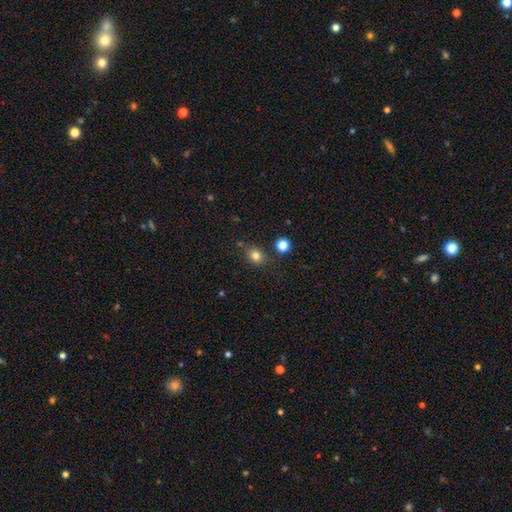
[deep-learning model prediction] Smooth or featured: smooth — 80% (star or artifact — 13%)
How rounded: round — 67% (in between — 32%)
Merging: none — 77% (minor disturbance — 13%)